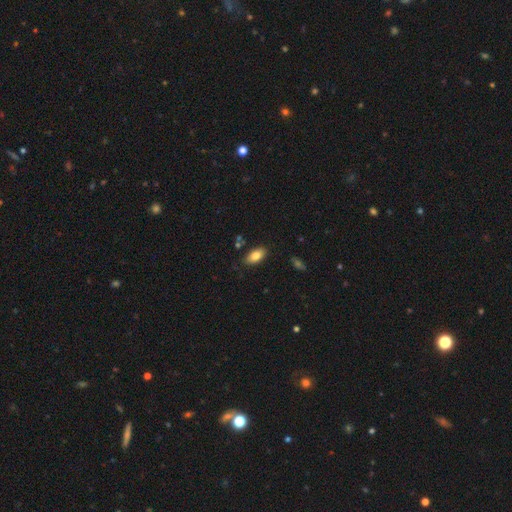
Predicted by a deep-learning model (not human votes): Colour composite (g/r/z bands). It shows a smooth galaxy with no disk features (80%) that is in between round and cigar-shaped (91%). Merging: none (83%).